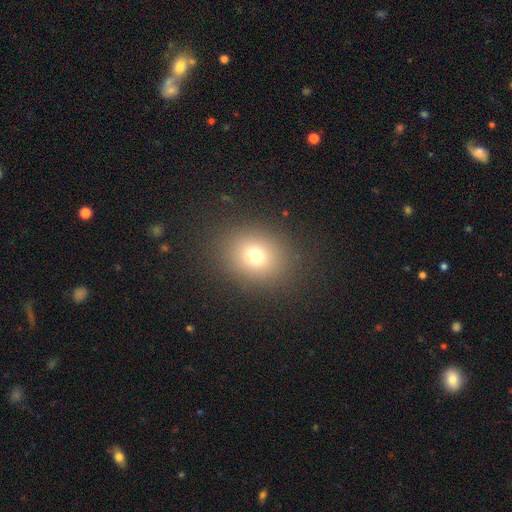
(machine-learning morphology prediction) Smooth or featured? Predicted: smooth (p=0.72). How rounded? Predicted: round (p=0.63). Merging? Predicted: none (p=0.87).